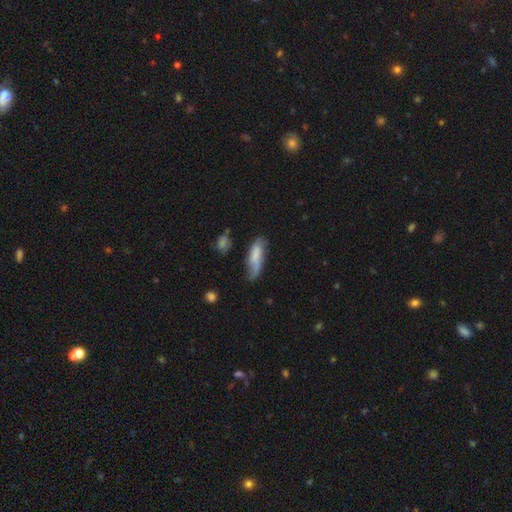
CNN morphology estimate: smooth 66%, featured or disk 27%, star or artifact 7%. Down the decision tree: how rounded — in between (53%); merging — none (41%).